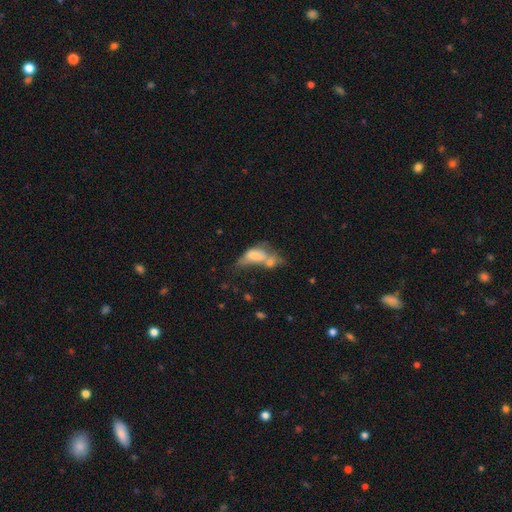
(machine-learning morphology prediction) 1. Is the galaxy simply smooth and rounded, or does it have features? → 60% smooth, 30% featured or disk, 10% star or artifact.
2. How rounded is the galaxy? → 83% in between, 9% cigar-shaped, 8% round.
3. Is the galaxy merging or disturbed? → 58% merger, 18% major disturbance, 13% none, 11% minor disturbance.